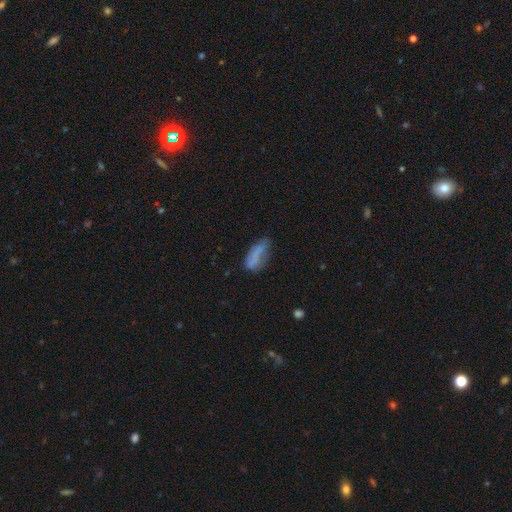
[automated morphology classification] Overall: smooth (68%). How rounded: in between (75%). Merging: none (41%; minor disturbance 34%).